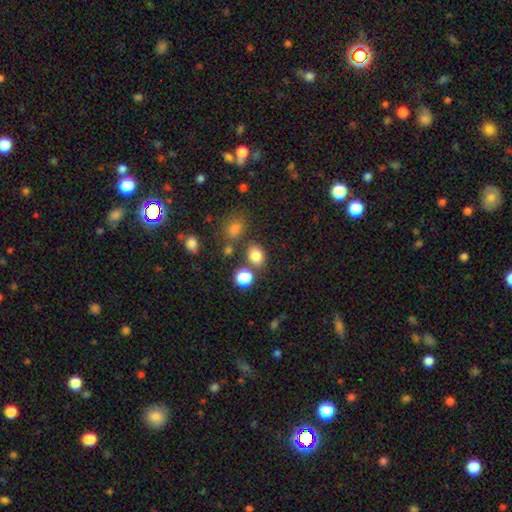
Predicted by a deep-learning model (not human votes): smooth 79%, star or artifact 15%, featured or disk 6%. Down the decision tree: how rounded — in between (55%); merging — none (75%).